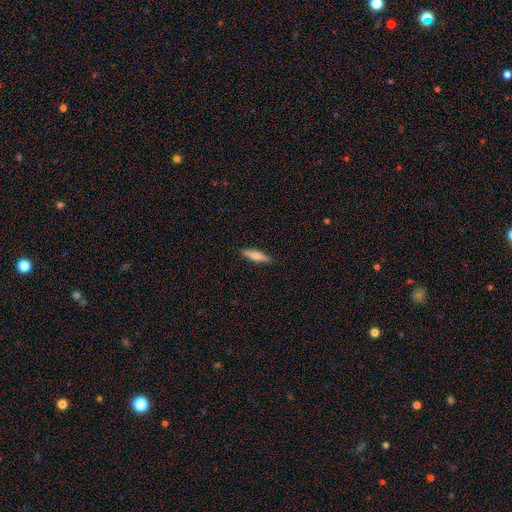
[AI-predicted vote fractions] Smooth or featured?
  - smooth: 70% *
  - featured or disk: 25%
  - star or artifact: 6%
How rounded?
  - cigar-shaped: 78% *
  - in between: 21%
  - round: 2%
Merging?
  - none: 90% *
  - minor disturbance: 7%
  - major disturbance: 2%
  - merger: 1%